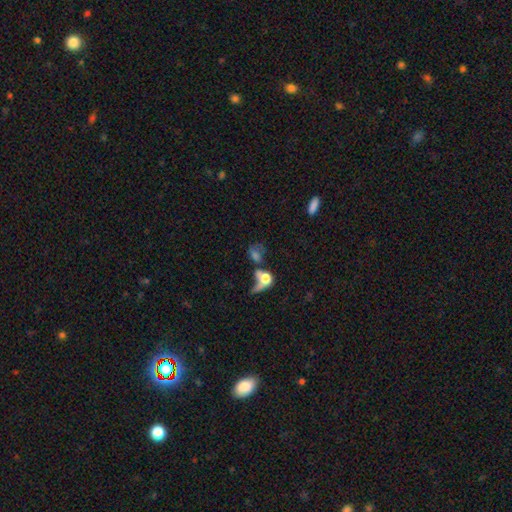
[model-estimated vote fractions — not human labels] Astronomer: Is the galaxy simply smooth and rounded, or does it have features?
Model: smooth — 46% (runner-up: featured or disk, 34%).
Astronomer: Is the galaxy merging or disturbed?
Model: merger — 47% (runner-up: none, 24%).